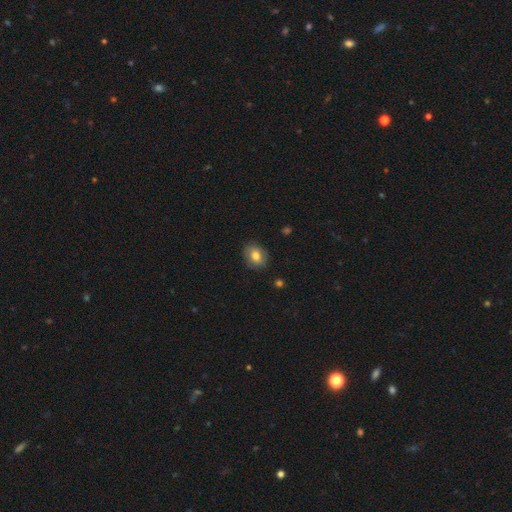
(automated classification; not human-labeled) The model was most divided on "how rounded": in between: 52%, round: 47%, cigar-shaped: 1%. More confident: merging — none (84%); smooth or featured — smooth (76%).